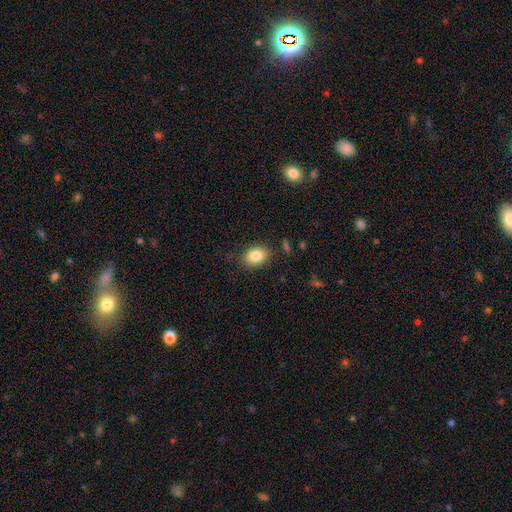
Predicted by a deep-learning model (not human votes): A smooth galaxy with no disk features (84%) that is in between round and cigar-shaped (70%).

Vote fractions:
- Smooth or featured? smooth: 84% / star or artifact: 9% / featured or disk: 7%
- How rounded? in between: 70% / round: 29% / cigar-shaped: 1%
- Merging? none: 83% / minor disturbance: 12% / major disturbance: 3% / merger: 2%